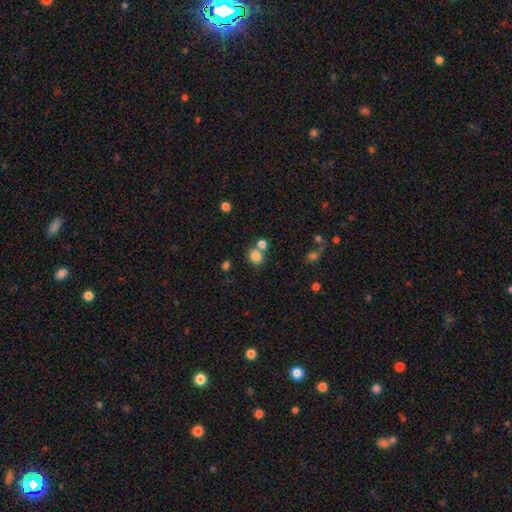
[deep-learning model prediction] A smooth galaxy with no disk features (81%) that is round (75%). Merging: none (59%).